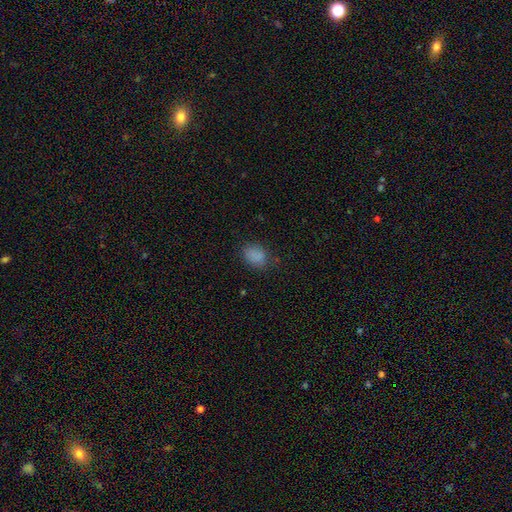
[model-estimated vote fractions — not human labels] smooth-or-featured: smooth: 85% | star or artifact: 11% | featured or disk: 4%
  how-rounded: in between: 63% | round: 36% | cigar-shaped: 1%
  merging: none: 77% | minor disturbance: 17% | major disturbance: 5% | merger: 1%